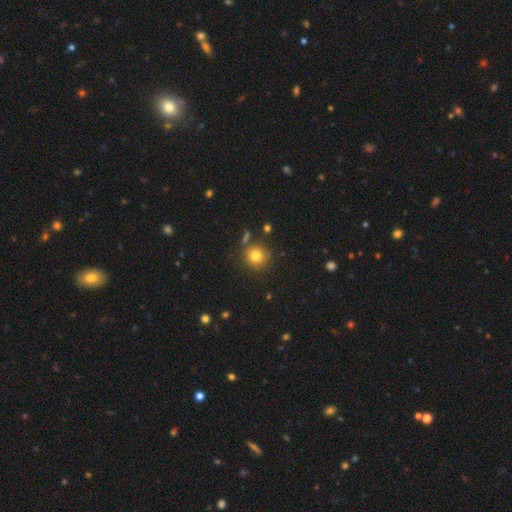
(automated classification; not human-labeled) smooth 80%, star or artifact 13%, featured or disk 8%. Down the decision tree: how rounded — round (92%); merging — none (81%).